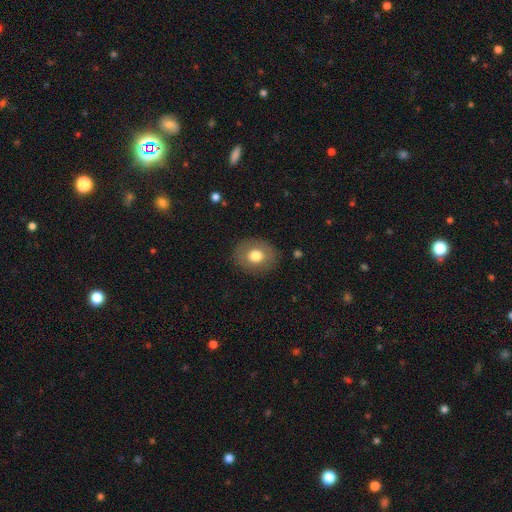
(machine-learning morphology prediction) The model was most divided on "how rounded": round: 61%, in between: 38%, cigar-shaped: 1%. More confident: merging — none (87%); smooth or featured — smooth (73%).